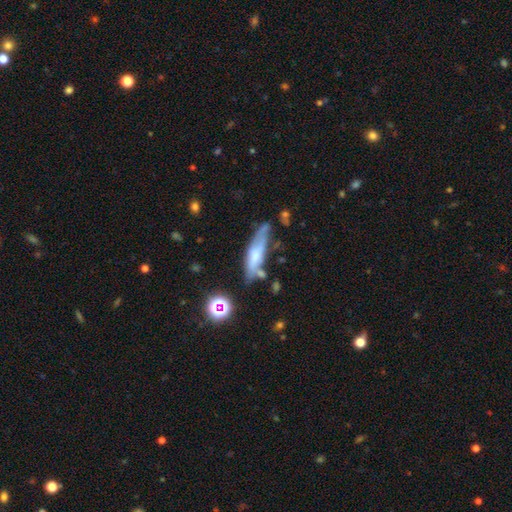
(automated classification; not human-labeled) smooth 51%, featured or disk 39%, star or artifact 10%. Down the decision tree: how rounded — cigar-shaped (64%); merging — none (47%).